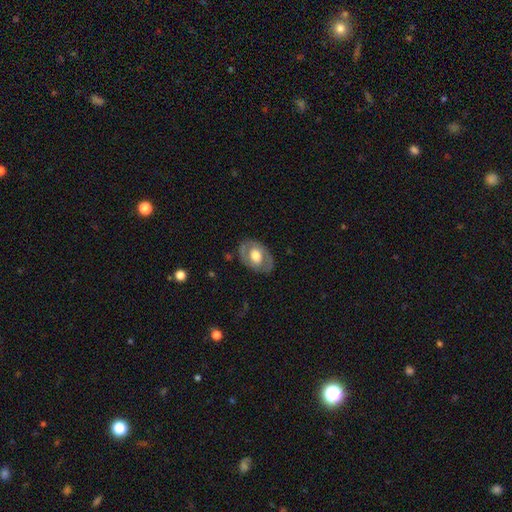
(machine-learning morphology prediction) The model was most divided on "bulge size": moderate: 53%, large: 39%, small: 5%, dominant: 2%, none: 1%. More confident: edge-on disk — no (93%); merging — none (79%); bar — no (69%); spiral arms — no (63%); smooth or featured — featured or disk (57%).